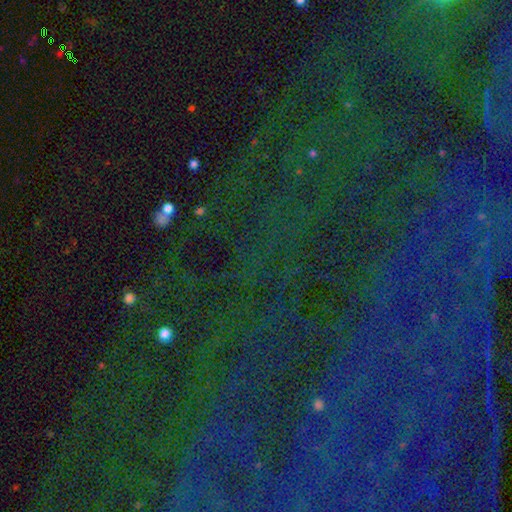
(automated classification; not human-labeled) Overall: star or artifact (82%).